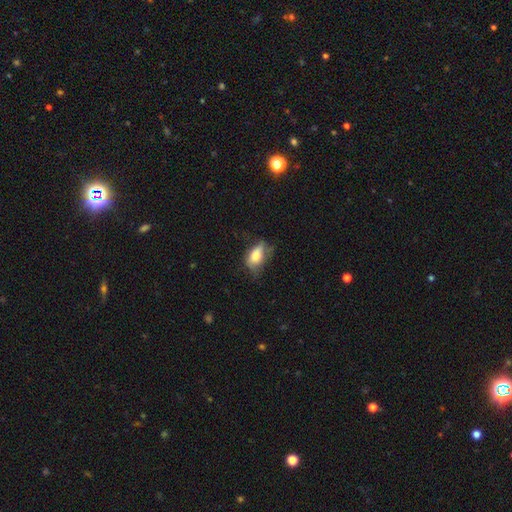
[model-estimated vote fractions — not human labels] A smooth galaxy with no disk features (72%) that is in between round and cigar-shaped (87%). Merging: minor disturbance (36%, tied with none).